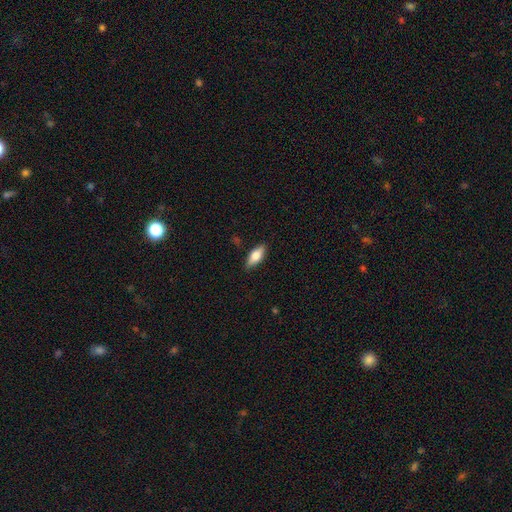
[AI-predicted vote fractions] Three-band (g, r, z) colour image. It shows a smooth galaxy with no disk features (67%) that is in between round and cigar-shaped (75%). Merging: none (85%).